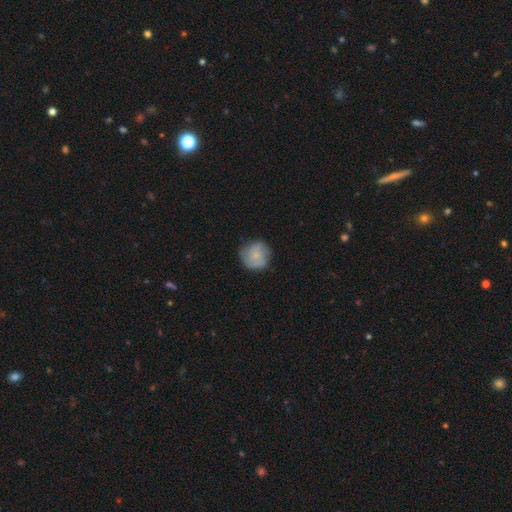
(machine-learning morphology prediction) This is likely a smooth galaxy (72%). How rounded: clearly round (91%). Merging: likely none (71%).